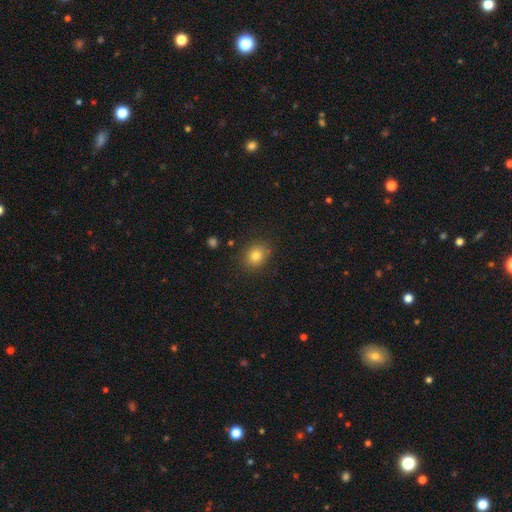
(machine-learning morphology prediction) Smooth or featured? smooth (81%)
How rounded? round (57%)
Merging? none (86%)